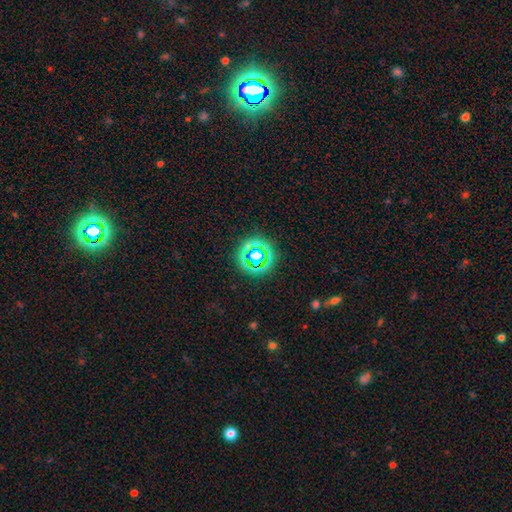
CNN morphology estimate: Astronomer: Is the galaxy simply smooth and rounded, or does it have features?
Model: star or artifact — 60%.